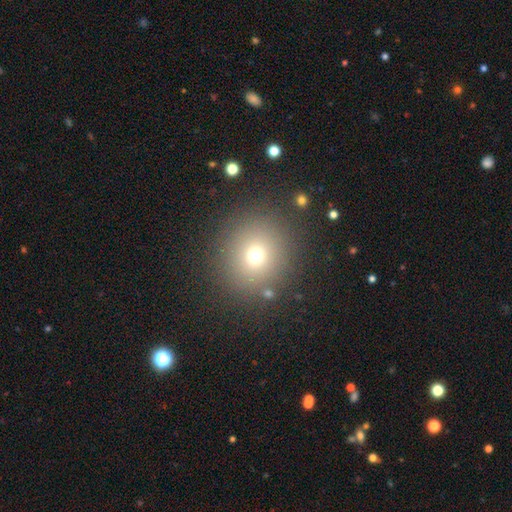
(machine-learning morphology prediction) Smooth or featured? Predicted: smooth (p=0.70). How rounded? Predicted: round (p=0.92). Merging? Predicted: none (p=0.87).